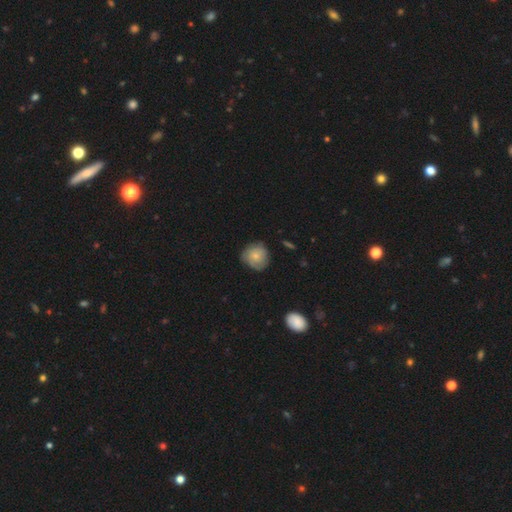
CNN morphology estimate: A smooth galaxy with no disk features (62%) that is round (86%). Merging: none (69%).